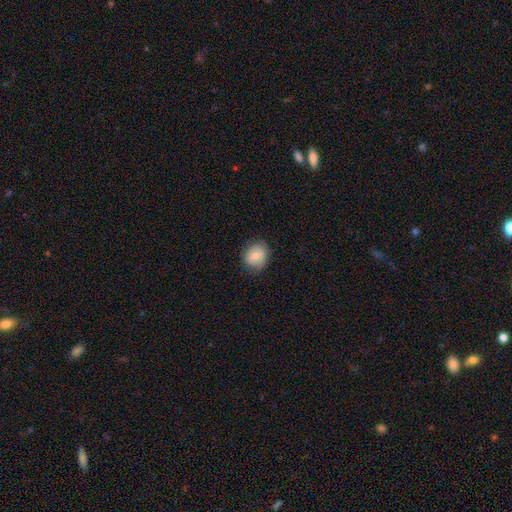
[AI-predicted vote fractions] smooth_or_featured: smooth (p=0.78) [alt: featured or disk p=0.14]
how_rounded: round (p=0.69) [alt: in between p=0.30]
merging: none (p=0.76) [alt: minor disturbance p=0.19]